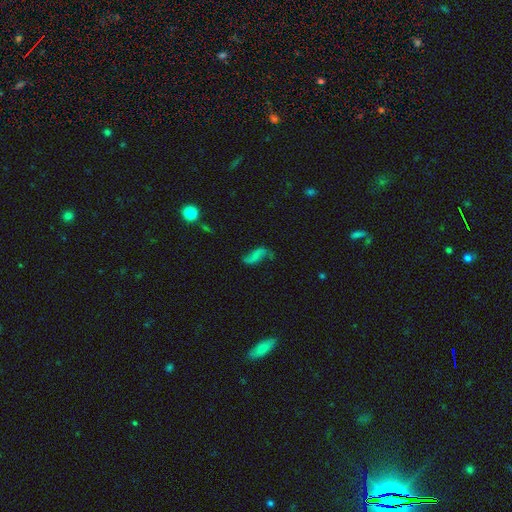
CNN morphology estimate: This is possibly a featured or disk galaxy (56%). It is clearly not viewed edge-on (94%). Bar: possibly no (55%). Spiral arm pattern: clearly yes (85%). Central bulge: likely none (69%). Merging: possibly none (57%).